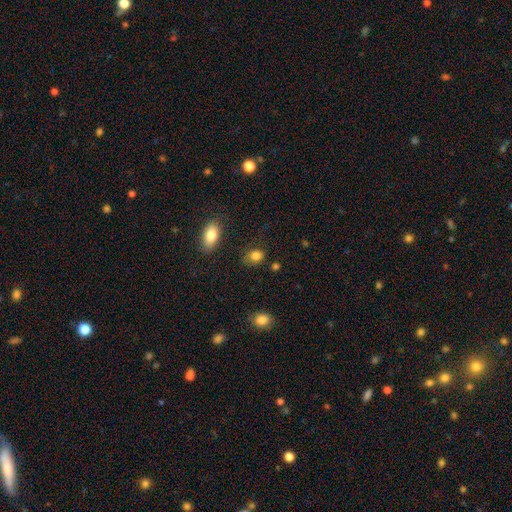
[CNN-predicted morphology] Smooth or featured: smooth — 84% (star or artifact — 10%)
How rounded: in between — 62% (round — 37%)
Merging: none — 62% (minor disturbance — 25%)